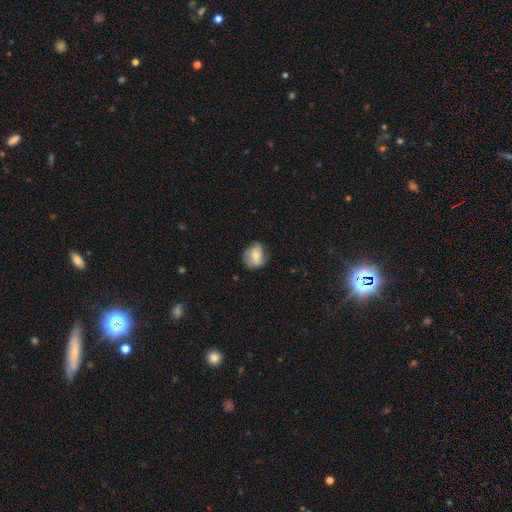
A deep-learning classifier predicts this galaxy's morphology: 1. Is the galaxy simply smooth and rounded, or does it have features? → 65% smooth, 26% featured or disk, 8% star or artifact.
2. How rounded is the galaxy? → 50% round, 49% in between, 1% cigar-shaped.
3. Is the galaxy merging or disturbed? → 62% none, 29% minor disturbance, 8% major disturbance, 1% merger.